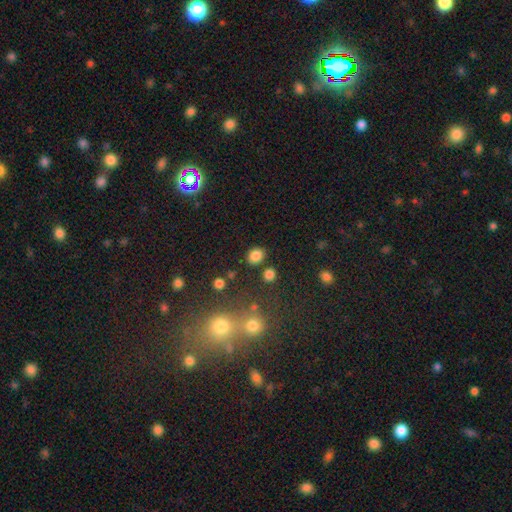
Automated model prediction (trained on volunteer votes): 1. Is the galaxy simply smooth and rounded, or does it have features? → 83% smooth, 12% star or artifact, 5% featured or disk.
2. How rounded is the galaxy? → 54% round, 45% in between, 1% cigar-shaped.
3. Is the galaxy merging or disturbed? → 81% none, 10% minor disturbance, 5% merger, 3% major disturbance.